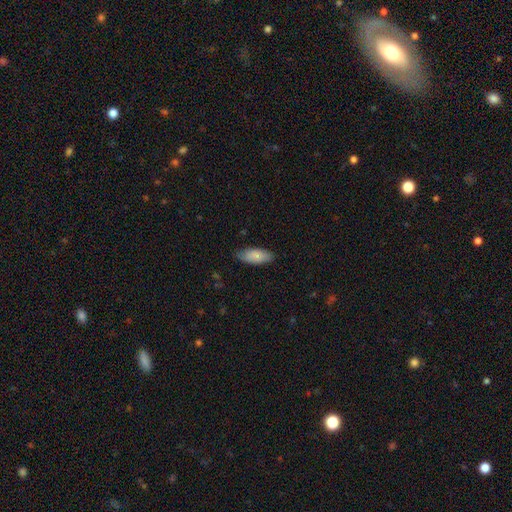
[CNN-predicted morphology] Overall: smooth (82%). How rounded: in between (82%). Merging: none (79%).